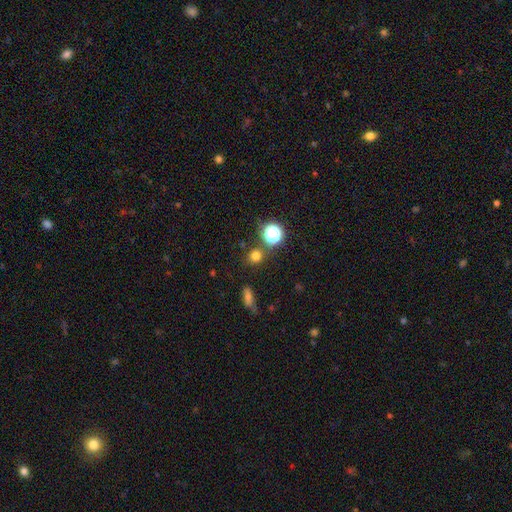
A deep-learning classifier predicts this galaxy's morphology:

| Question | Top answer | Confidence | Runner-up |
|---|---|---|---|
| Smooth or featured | smooth | 72% | star or artifact (22%) |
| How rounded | round | 87% | in between (12%) |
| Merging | none | 82% | minor disturbance (8%) |